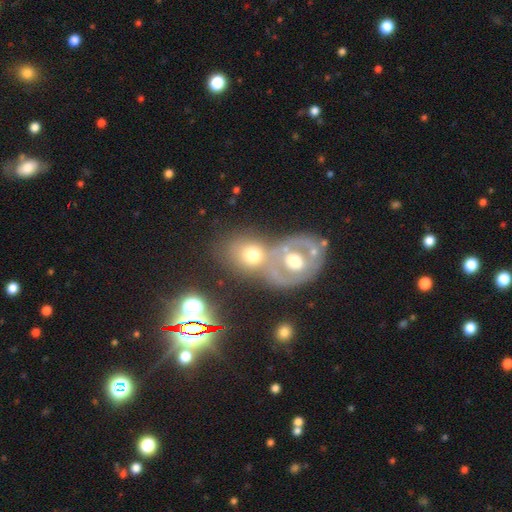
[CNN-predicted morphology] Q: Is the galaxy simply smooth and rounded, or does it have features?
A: featured or disk — 48%.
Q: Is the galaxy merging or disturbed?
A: merger — 54%.